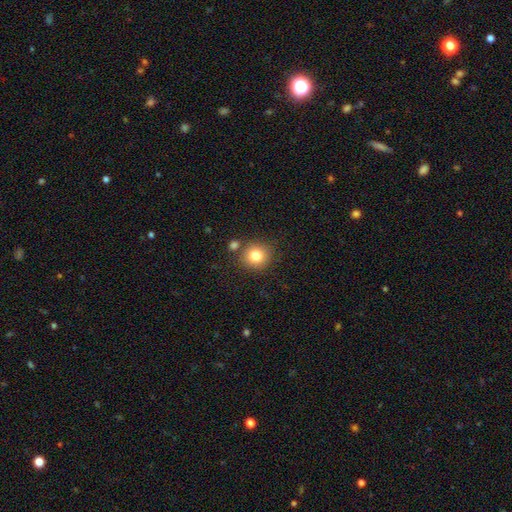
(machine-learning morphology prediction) Overall: smooth (80%). How rounded: round (89%). Merging: none (79%).